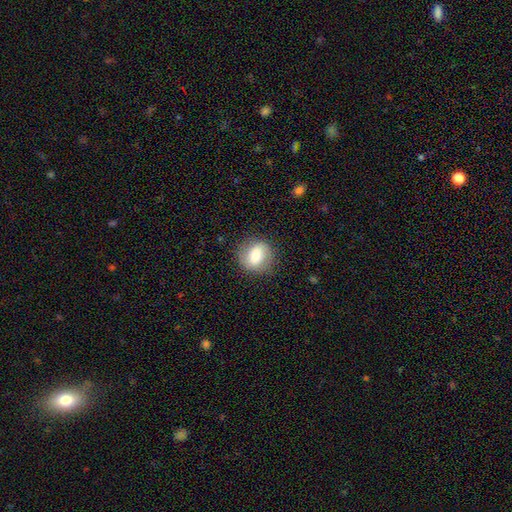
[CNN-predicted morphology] Overall: smooth (68%). How rounded: round (77%). Merging: none (83%).